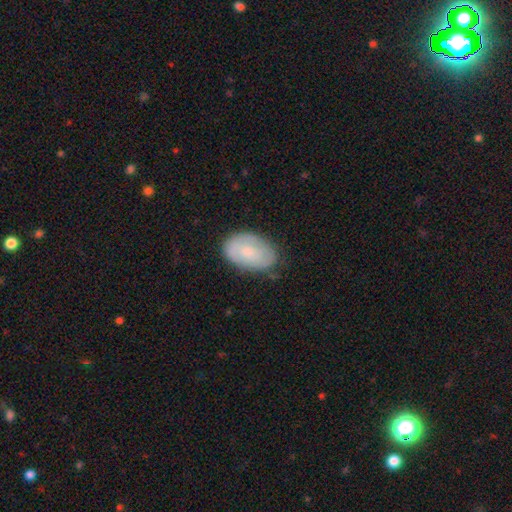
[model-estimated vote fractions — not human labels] Morphology: type=smooth (61%); roundness=in between (90%); merging=none (72%).